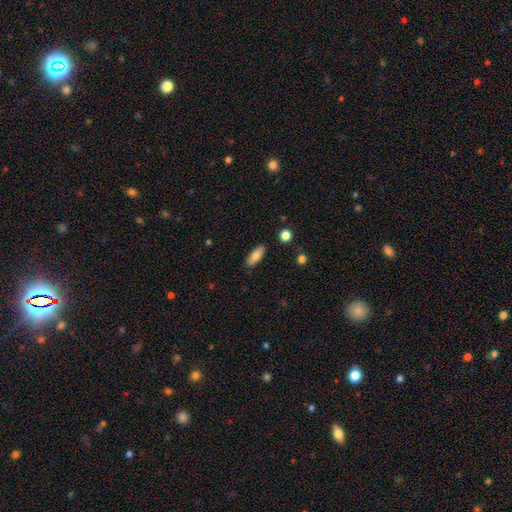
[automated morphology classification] This is likely a smooth galaxy (78%). How rounded: likely in between (71%). Merging: clearly none (87%).